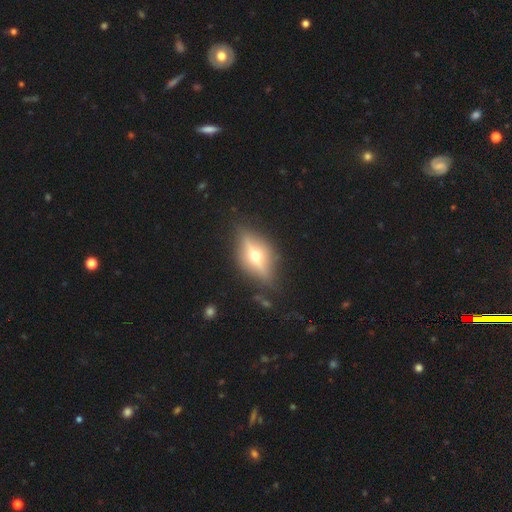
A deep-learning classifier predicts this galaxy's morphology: Smooth or featured? Predicted: featured or disk (p=0.67). Edge-on disk? Predicted: yes (p=0.83). Edge-on bulge? Predicted: rounded (p=0.96). Merging? Predicted: none (p=0.82).